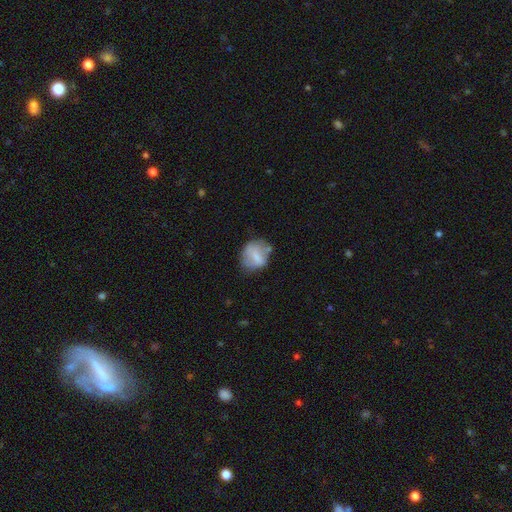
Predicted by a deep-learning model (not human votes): smooth-or-featured: smooth: 62% | featured or disk: 30% | star or artifact: 8%
  how-rounded: round: 61% | in between: 38% | cigar-shaped: 1%
  merging: none: 51% | minor disturbance: 29% | major disturbance: 13% | merger: 7%